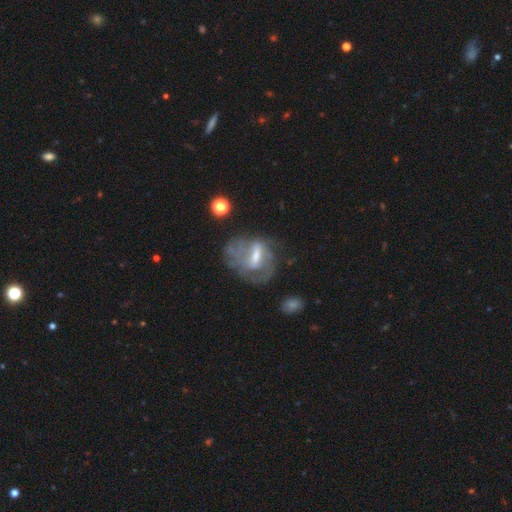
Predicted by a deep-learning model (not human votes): smooth-or-featured: featured or disk: 68% | smooth: 22% | star or artifact: 11%
  disk-edge-on: no: 94% | yes: 6%
    bar: weak: 44% | strong: 36% | no: 21%
    has-spiral-arms: yes: 58% | no: 42%
    bulge-size: moderate: 43% | small: 34% | none: 15% | large: 7% | dominant: 1%
  merging: none: 45% | major disturbance: 28% | minor disturbance: 22% | merger: 5%